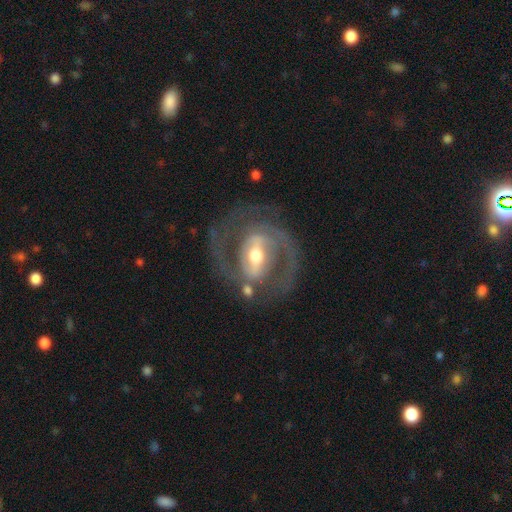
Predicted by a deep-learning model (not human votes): Overall: featured or disk (90%). Edge-on disk: no (97%). Bar: strong (51%; weak 36%). Spiral arms: yes (94%). Spiral arm count: 2 (87%). Spiral winding: medium (53%; tight 37%). Bulge size: moderate (68%). Merging: none (73%).